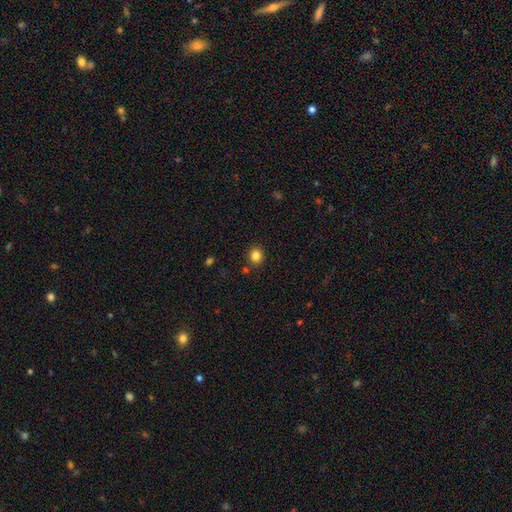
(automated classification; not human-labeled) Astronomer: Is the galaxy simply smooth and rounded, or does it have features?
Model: smooth — 84%.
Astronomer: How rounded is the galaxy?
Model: round — 79%.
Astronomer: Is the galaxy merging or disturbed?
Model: none — 87%.